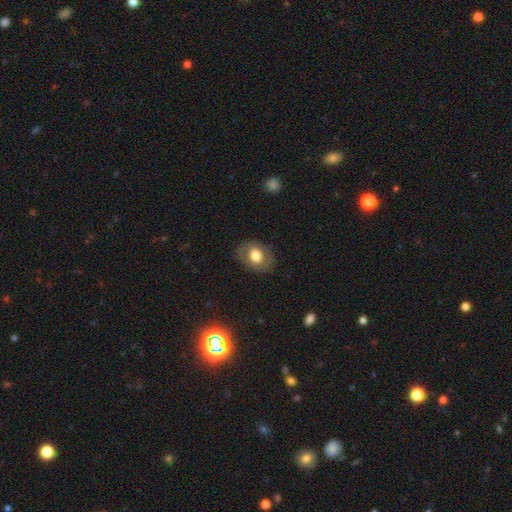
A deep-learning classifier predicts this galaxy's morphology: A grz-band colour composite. It shows a smooth galaxy with no disk features (66%) that is in between round and cigar-shaped (62%). Merging: none (80%).